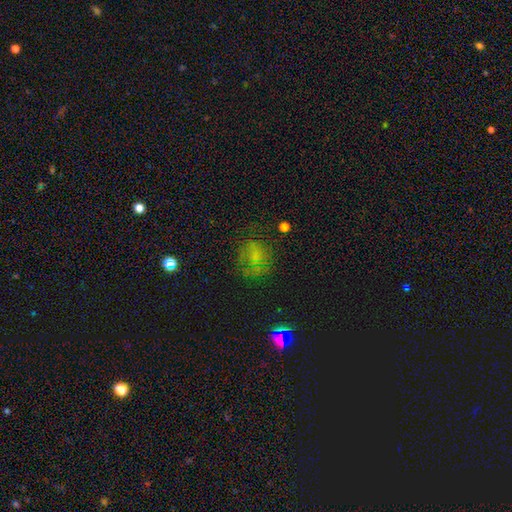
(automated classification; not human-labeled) Smooth or featured?
  - smooth: 44% *
  - star or artifact: 29%
  - featured or disk: 27%
Merging?
  - none: 56% *
  - major disturbance: 21%
  - minor disturbance: 21%
  - merger: 2%